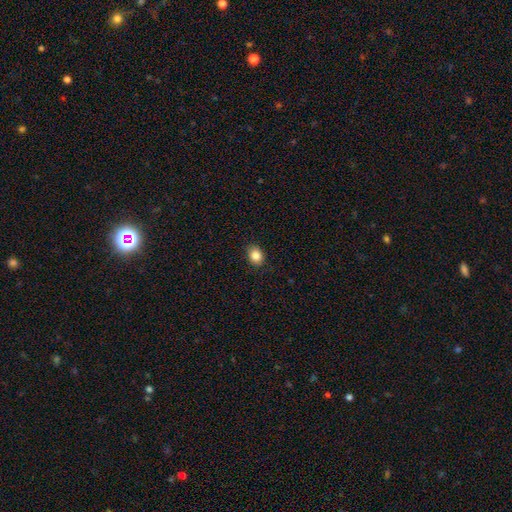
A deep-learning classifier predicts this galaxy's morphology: The model was most divided on "how rounded": in between: 52%, round: 47%, cigar-shaped: 1%. More confident: merging — none (89%); smooth or featured — smooth (85%).